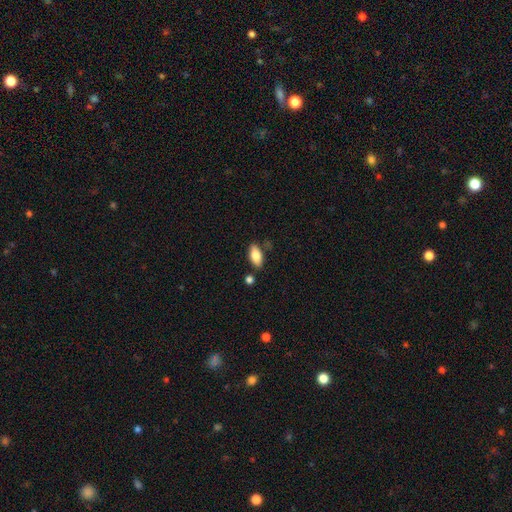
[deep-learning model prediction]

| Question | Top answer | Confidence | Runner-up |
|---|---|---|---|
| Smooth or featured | smooth | 81% | featured or disk (13%) |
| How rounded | in between | 88% | cigar-shaped (9%) |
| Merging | none | 80% | minor disturbance (12%) |